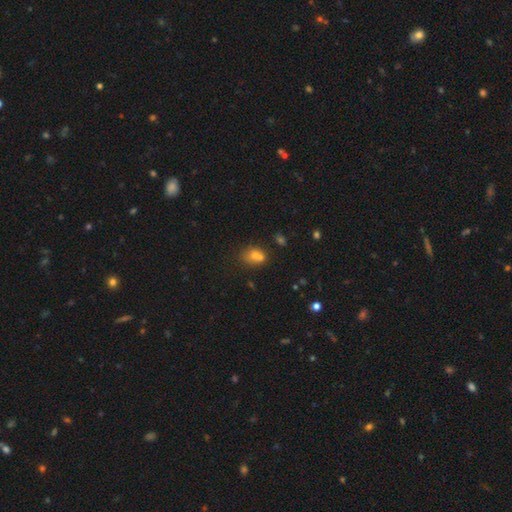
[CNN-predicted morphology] This appears to be a smooth galaxy with no disk features (66%) that is round (49%, tied with in between). Merging: none (44%).